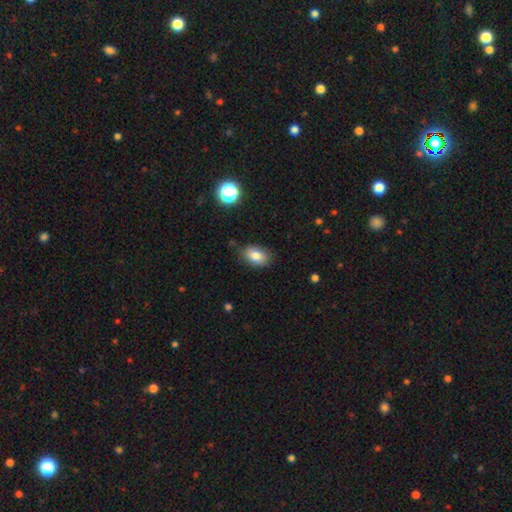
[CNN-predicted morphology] A smooth galaxy with no disk features (82%) that is in between round and cigar-shaped (85%).

Vote fractions:
- Smooth or featured? smooth: 82% / star or artifact: 9% / featured or disk: 8%
- How rounded? in between: 85% / round: 13% / cigar-shaped: 1%
- Merging? none: 83% / minor disturbance: 13% / major disturbance: 3% / merger: 2%